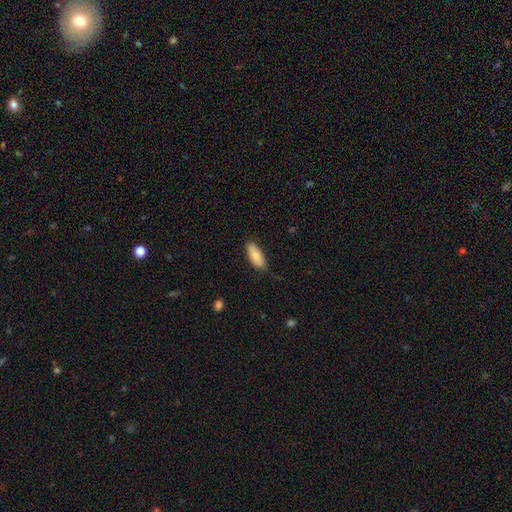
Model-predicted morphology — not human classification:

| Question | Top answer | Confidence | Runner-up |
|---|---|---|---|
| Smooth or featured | smooth | 76% | featured or disk (18%) |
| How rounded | in between | 83% | cigar-shaped (15%) |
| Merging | none | 78% | minor disturbance (18%) |